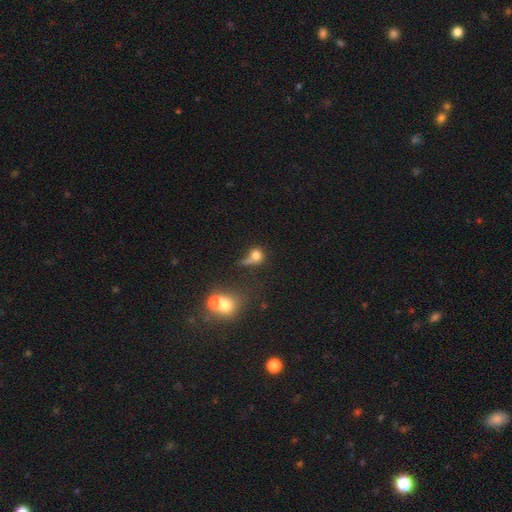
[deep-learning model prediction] A smooth galaxy with no disk features (73%) that is round (74%). Merging: none (32%).